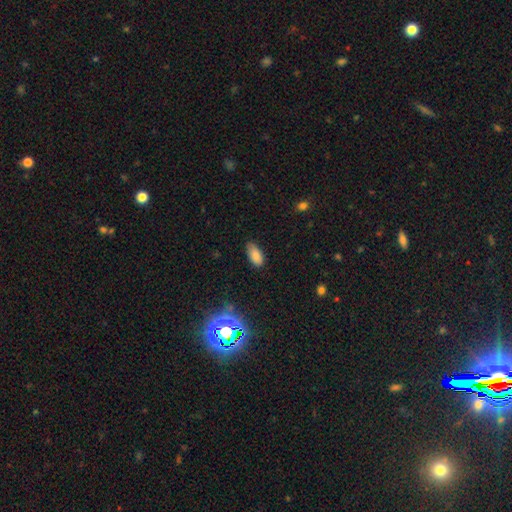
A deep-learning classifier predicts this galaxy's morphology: smooth_or_featured: smooth (p=0.83) [alt: star or artifact p=0.10]
how_rounded: in between (p=0.92) [alt: cigar-shaped p=0.05]
merging: none (p=0.76) [alt: minor disturbance p=0.19]